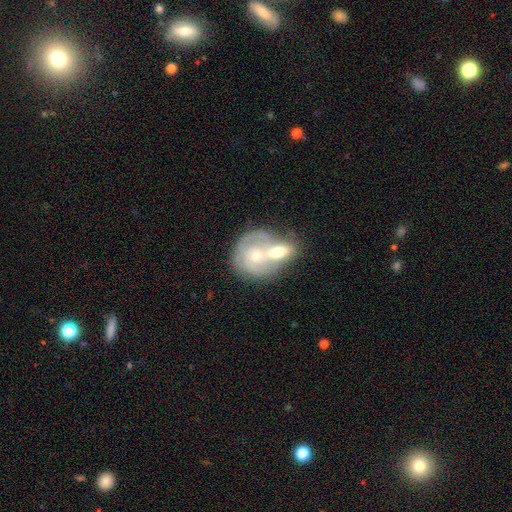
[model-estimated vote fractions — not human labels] Smooth or featured? featured or disk (56%)
Edge-on disk? no (96%)
Bar? no (77%)
Spiral arms? yes (53%)
Bulge size? moderate (50%)
Merging? merger (70%)